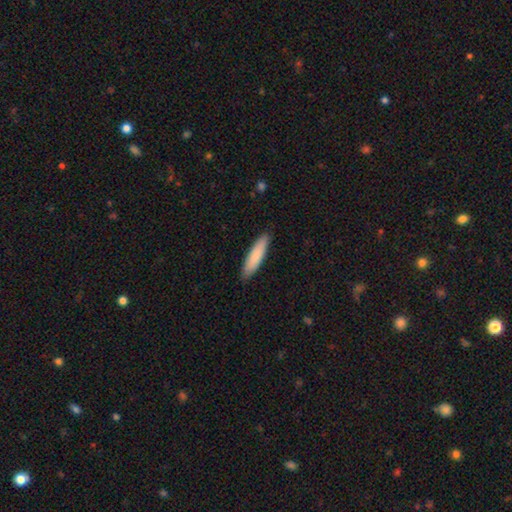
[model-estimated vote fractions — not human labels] The model was most divided on "how rounded": cigar-shaped: 76%, in between: 23%, round: 1%. More confident: merging — none (89%); smooth or featured — smooth (83%).